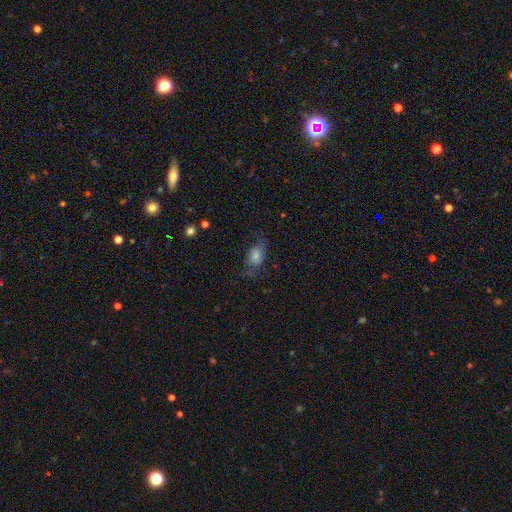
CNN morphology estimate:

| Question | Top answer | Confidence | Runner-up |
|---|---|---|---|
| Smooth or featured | smooth | 57% | featured or disk (27%) |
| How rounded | in between | 74% | round (22%) |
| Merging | none | 57% | minor disturbance (24%) |